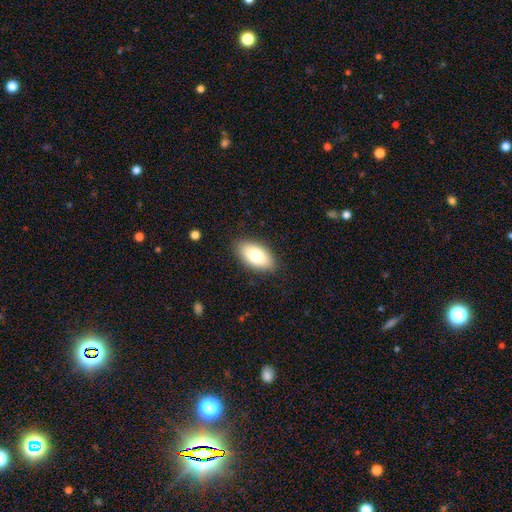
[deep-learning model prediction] This appears to be a smooth galaxy with no disk features (77%) that is in between round and cigar-shaped (93%). Merging: none (87%).